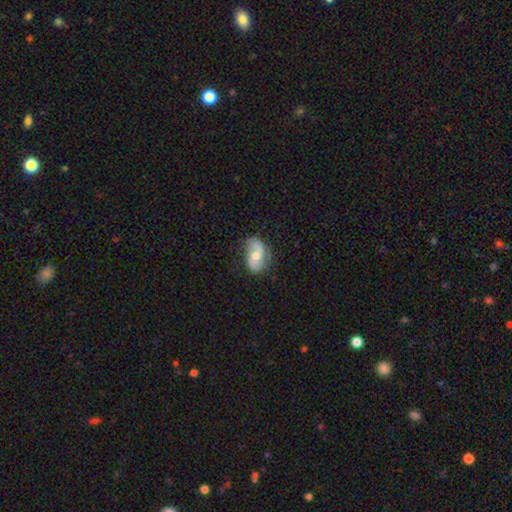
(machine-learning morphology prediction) type=featured or disk (72%); edge-on=no (97%); bar=no (55%); spiral arms=yes (91%); winding=loose (46%); arm count=2 (89%); bulge=moderate (64%); merging=none (73%).